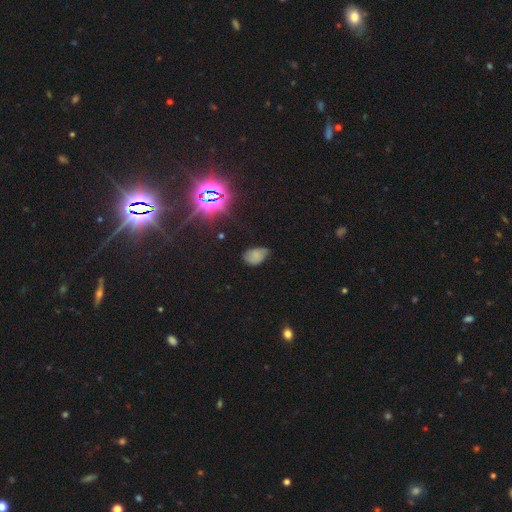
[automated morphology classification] Smooth or featured? smooth (69%)
How rounded? in between (85%)
Merging? none (55%)